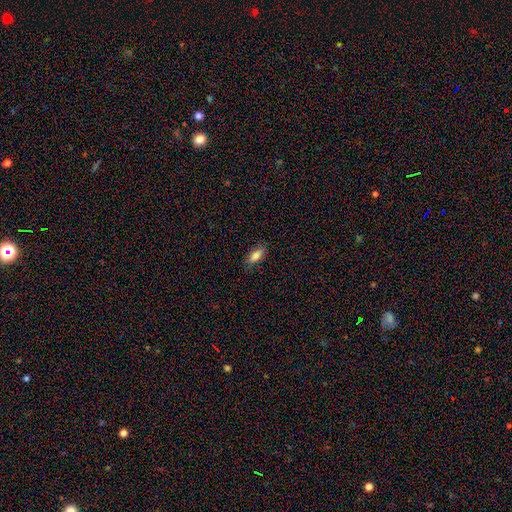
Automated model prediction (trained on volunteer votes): Smooth or featured? Predicted: smooth (p=0.81). How rounded? Predicted: in between (p=0.76). Merging? Predicted: none (p=0.85).